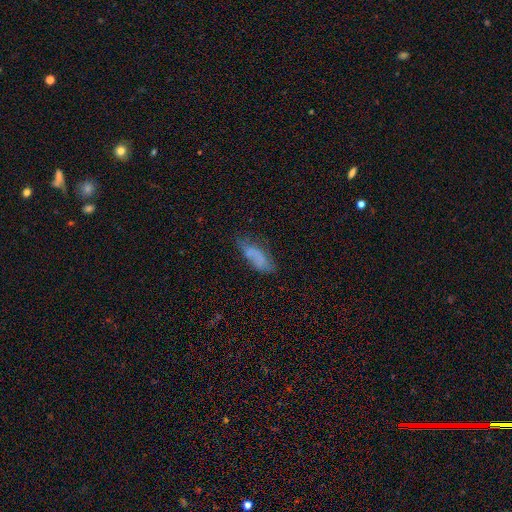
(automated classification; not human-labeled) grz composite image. It shows a smooth galaxy with no disk features (62%) that is in between round and cigar-shaped (71%). Merging: none (47%).